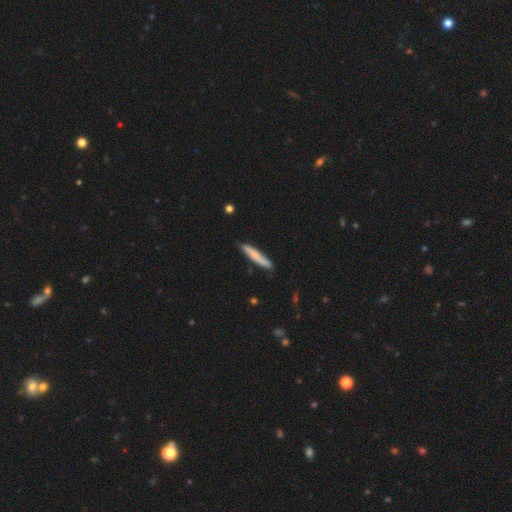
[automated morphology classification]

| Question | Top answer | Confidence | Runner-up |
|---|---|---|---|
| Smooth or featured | smooth | 74% | featured or disk (20%) |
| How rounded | cigar-shaped | 94% | in between (5%) |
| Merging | none | 84% | minor disturbance (12%) |